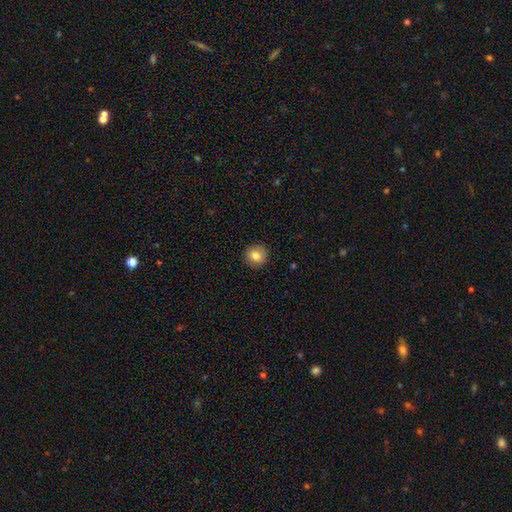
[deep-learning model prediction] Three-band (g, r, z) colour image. It shows a smooth galaxy with no disk features (82%) that is round (92%). Merging: none (90%).